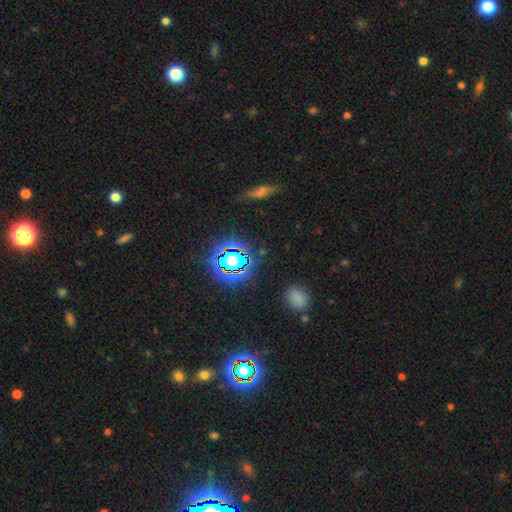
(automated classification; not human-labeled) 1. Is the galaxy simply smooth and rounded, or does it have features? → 72% star or artifact, 18% smooth, 11% featured or disk.